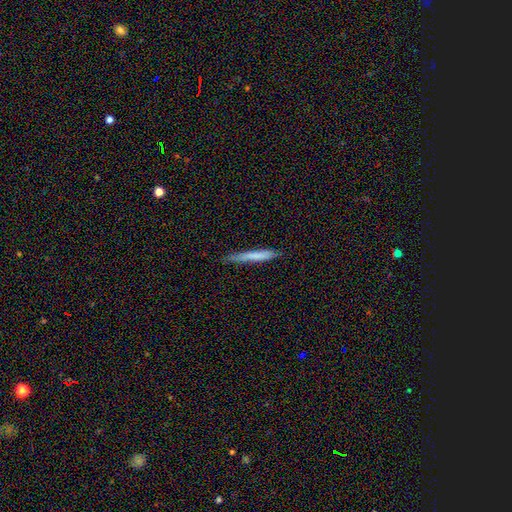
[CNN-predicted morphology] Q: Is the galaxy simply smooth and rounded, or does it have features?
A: smooth — 70%.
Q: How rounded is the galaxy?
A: cigar-shaped — 96%.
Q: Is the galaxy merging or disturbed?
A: none — 78%.